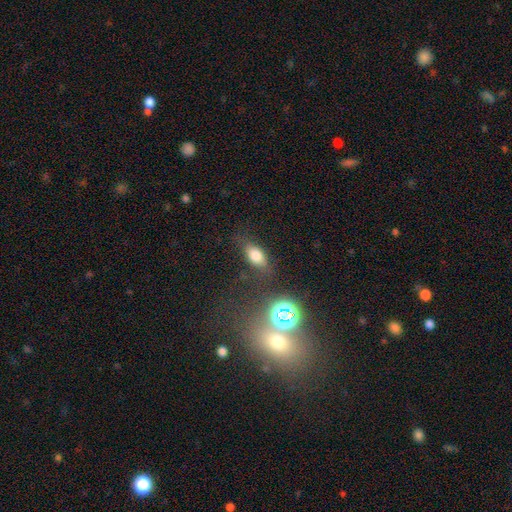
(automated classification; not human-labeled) Smooth or featured? Predicted: smooth (p=0.73). How rounded? Predicted: in between (p=0.83). Merging? Predicted: none (p=0.71).